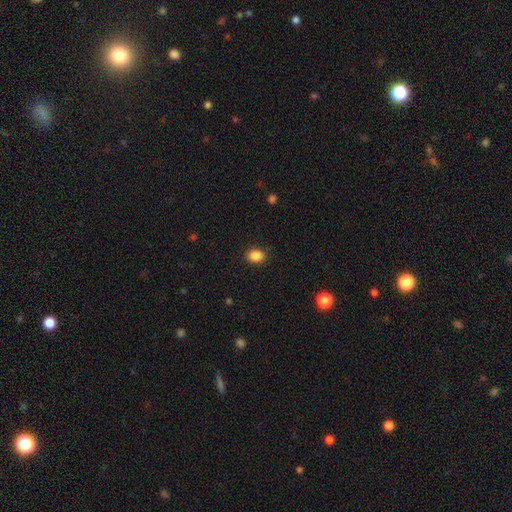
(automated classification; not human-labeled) Q: Smooth or featured?
A: smooth (87%); runner-up: star or artifact (9%)
Q: How rounded?
A: in between (60%); runner-up: round (39%)
Q: Merging?
A: none (87%); runner-up: minor disturbance (9%)